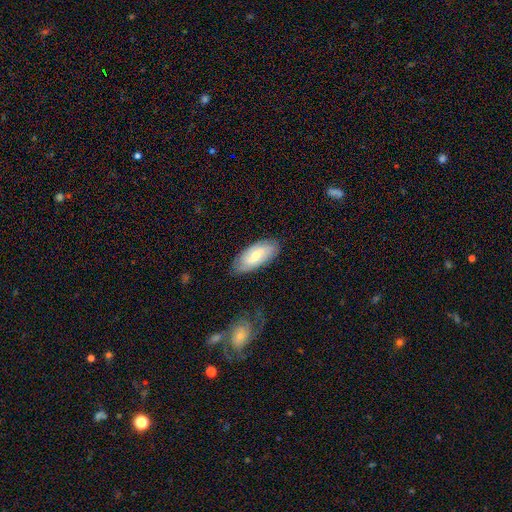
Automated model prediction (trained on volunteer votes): smooth-or-featured: featured or disk: 47% | smooth: 46% | star or artifact: 6%
  merging: none: 80% | minor disturbance: 16% | major disturbance: 3% | merger: 1%